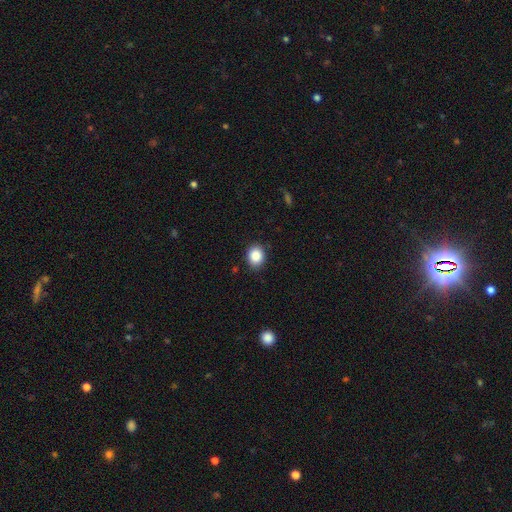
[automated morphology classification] Q: Smooth or featured?
A: smooth (88%); runner-up: star or artifact (9%)
Q: How rounded?
A: round (58%); runner-up: in between (41%)
Q: Merging?
A: none (86%); runner-up: minor disturbance (10%)